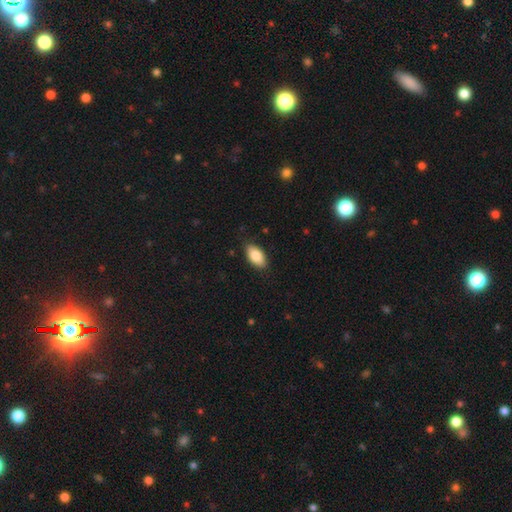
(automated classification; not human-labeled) Smooth or featured? smooth (85%)
How rounded? in between (94%)
Merging? none (86%)